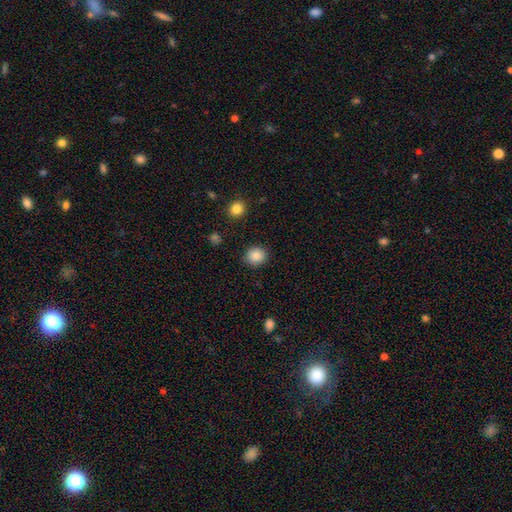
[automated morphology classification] type=smooth (88%); roundness=round (82%); merging=none (89%).